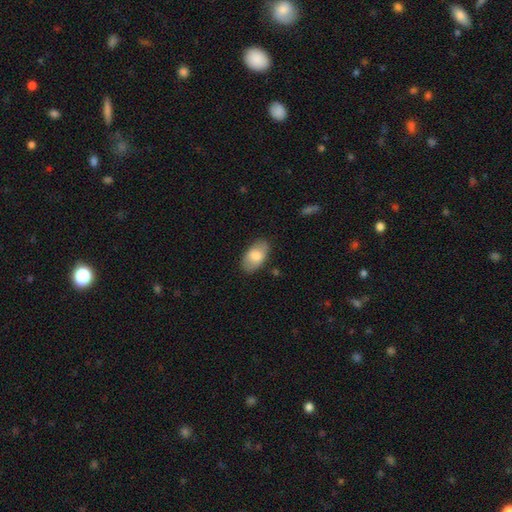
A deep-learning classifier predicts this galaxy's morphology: smooth 77%, featured or disk 17%, star or artifact 6%. Down the decision tree: how rounded — in between (94%); merging — none (81%).